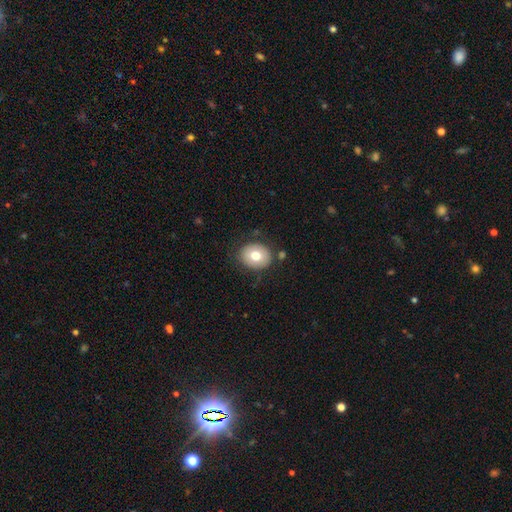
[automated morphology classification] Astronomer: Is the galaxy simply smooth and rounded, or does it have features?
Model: smooth — 73%.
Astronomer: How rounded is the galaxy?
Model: round — 62% (runner-up: in between, 37%).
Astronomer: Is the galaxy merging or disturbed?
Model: none — 81%.